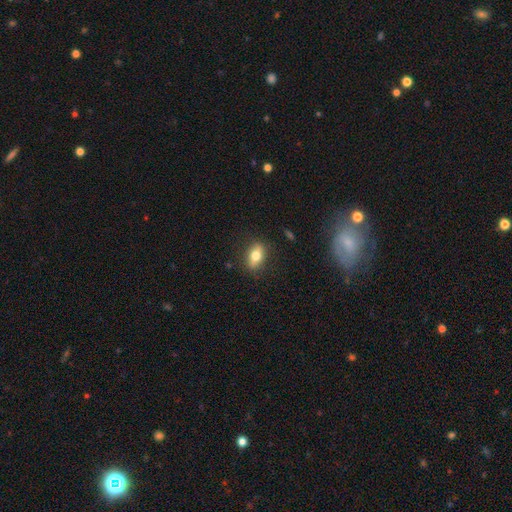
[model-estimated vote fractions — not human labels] smooth_or_featured: smooth (p=0.70) [alt: featured or disk p=0.22]
how_rounded: in between (p=0.79) [alt: round p=0.13]
merging: none (p=0.84) [alt: minor disturbance p=0.11]